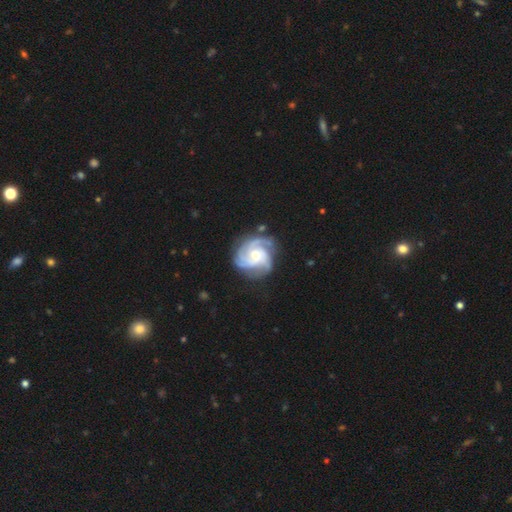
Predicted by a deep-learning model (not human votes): This is clearly a featured or disk galaxy (91%). It is clearly not viewed edge-on (98%). Bar: likely no (69%). Spiral arm pattern: clearly yes (98%). Spiral arm count: possibly 3 (52%). Spiral winding: likely tight (61%). Central bulge: possibly moderate (57%). Merging: likely none (75%).